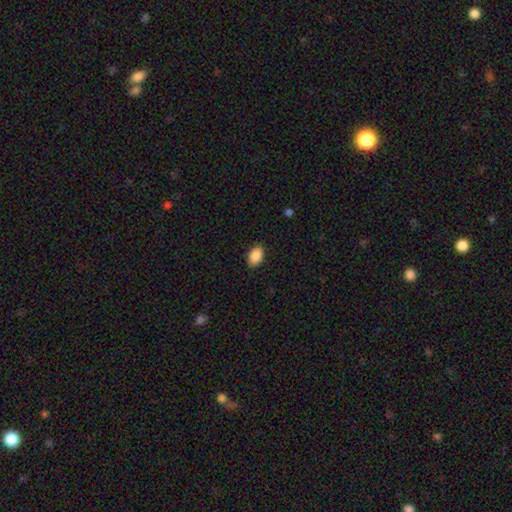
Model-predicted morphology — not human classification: smooth_or_featured: smooth (p=0.89) [alt: star or artifact p=0.07]
how_rounded: in between (p=0.88) [alt: round p=0.11]
merging: none (p=0.89) [alt: minor disturbance p=0.08]